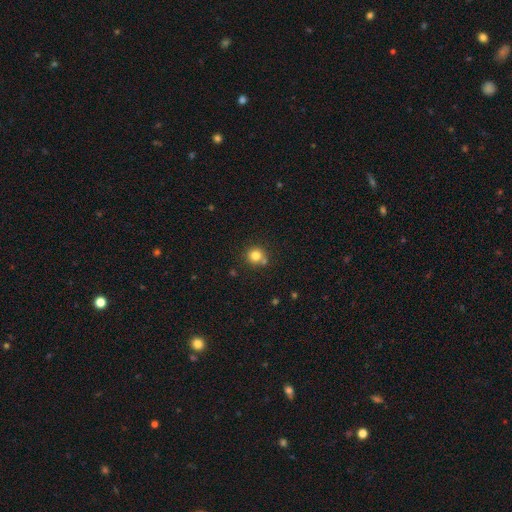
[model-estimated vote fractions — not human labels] Q: Smooth or featured?
A: smooth (80%); runner-up: star or artifact (12%)
Q: How rounded?
A: round (92%); runner-up: in between (7%)
Q: Merging?
A: none (72%); runner-up: merger (16%)